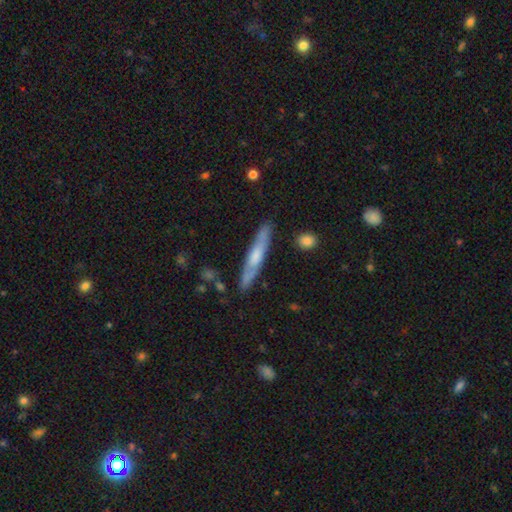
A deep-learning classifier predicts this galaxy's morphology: This appears to be a featured or disk galaxy (49%). Merging: none (84%).